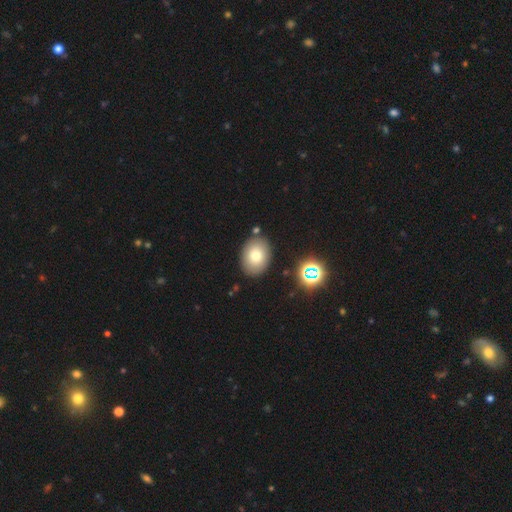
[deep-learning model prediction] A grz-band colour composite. It shows a smooth galaxy with no disk features (76%) that is in between round and cigar-shaped (71%). Merging: none (84%).